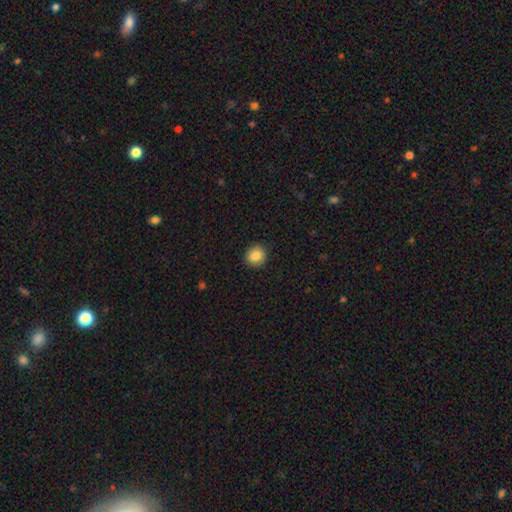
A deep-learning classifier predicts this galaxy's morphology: This appears to be a smooth galaxy with no disk features (87%) that is round (85%). Merging: none (91%).